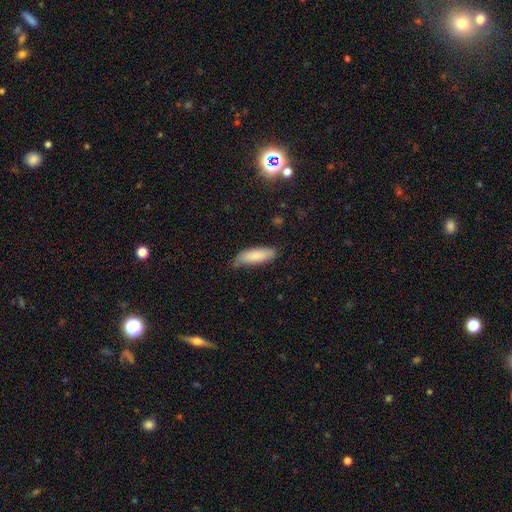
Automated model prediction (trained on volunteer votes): smooth-or-featured: smooth: 83% | featured or disk: 11% | star or artifact: 6%
  how-rounded: in between: 65% | cigar-shaped: 34% | round: 2%
  merging: none: 67% | minor disturbance: 27% | major disturbance: 4% | merger: 2%